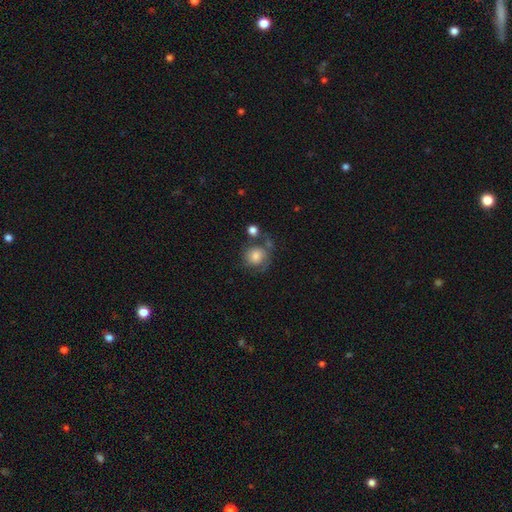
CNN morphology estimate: smooth 64%, featured or disk 27%, star or artifact 9%. Down the decision tree: how rounded — round (81%); merging — none (46%).